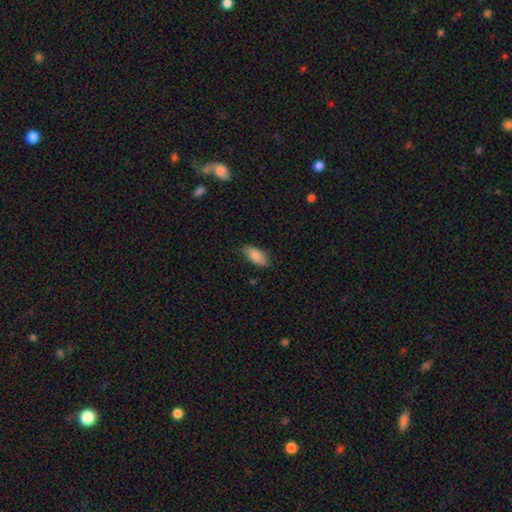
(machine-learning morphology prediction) Smooth or featured: smooth — 84% (featured or disk — 10%)
How rounded: in between — 90% (cigar-shaped — 8%)
Merging: none — 83% (minor disturbance — 13%)